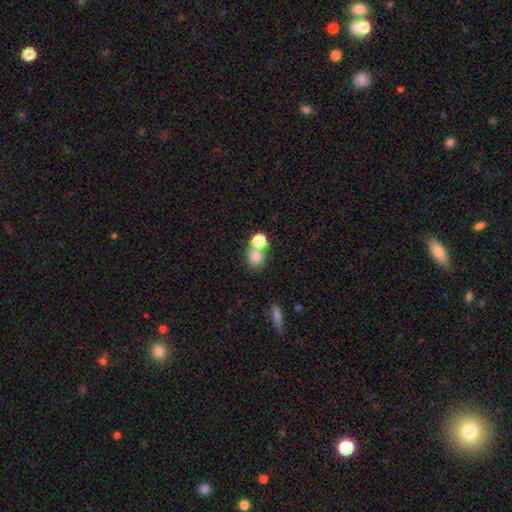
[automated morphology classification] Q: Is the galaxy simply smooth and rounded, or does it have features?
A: smooth — 78%.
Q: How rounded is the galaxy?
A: round — 76%.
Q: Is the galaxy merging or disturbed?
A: merger — 45%.